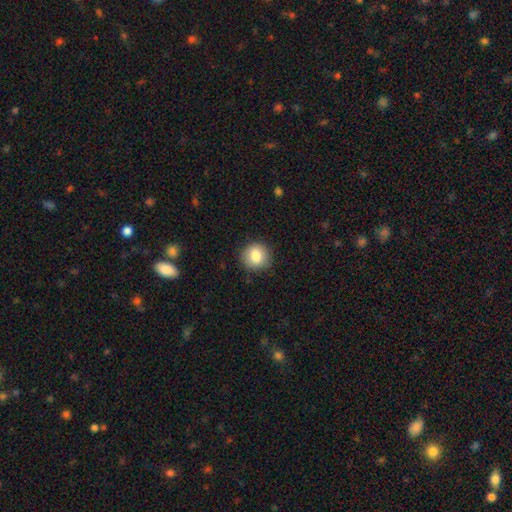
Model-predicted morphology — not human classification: smooth 83%, star or artifact 9%, featured or disk 8%. Down the decision tree: how rounded — round (89%); merging — none (85%).